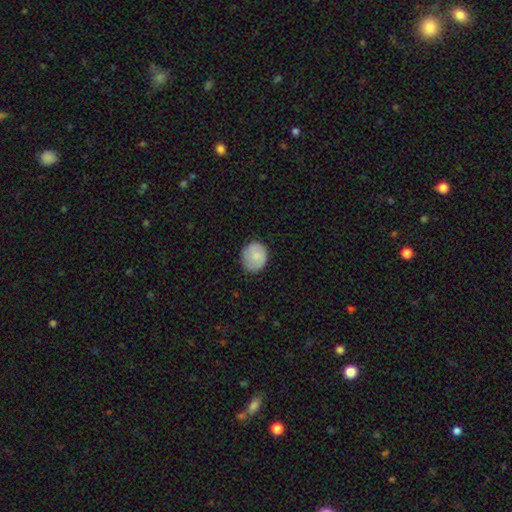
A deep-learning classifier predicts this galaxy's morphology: smooth-or-featured: smooth: 82% | featured or disk: 12% | star or artifact: 7%
  how-rounded: round: 74% | in between: 25% | cigar-shaped: 1%
  merging: none: 80% | minor disturbance: 16% | major disturbance: 3% | merger: 1%